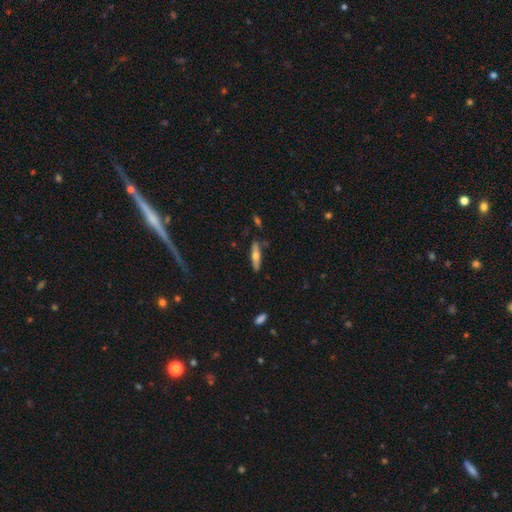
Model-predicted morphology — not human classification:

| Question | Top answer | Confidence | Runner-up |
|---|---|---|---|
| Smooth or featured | smooth | 53% | featured or disk (41%) |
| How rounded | cigar-shaped | 73% | in between (25%) |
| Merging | none | 80% | minor disturbance (14%) |